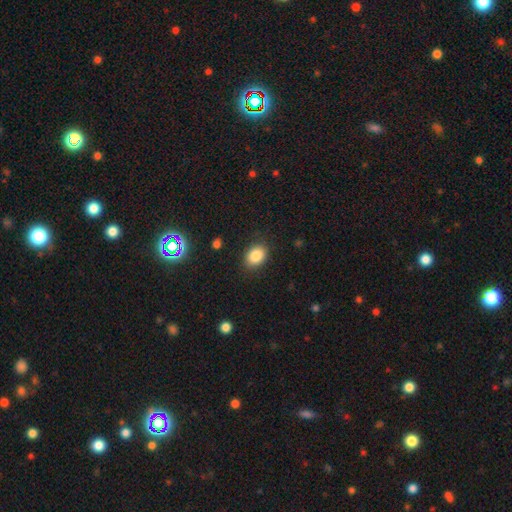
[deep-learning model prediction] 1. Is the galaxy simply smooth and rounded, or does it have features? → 85% smooth, 9% star or artifact, 6% featured or disk.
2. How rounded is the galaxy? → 63% in between, 36% round, 1% cigar-shaped.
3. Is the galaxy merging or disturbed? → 86% none, 10% minor disturbance, 3% major disturbance, 1% merger.